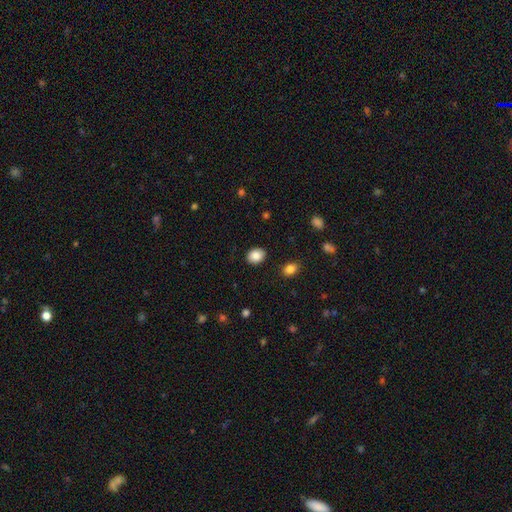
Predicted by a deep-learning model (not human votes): Smooth or featured?
  - smooth: 86% *
  - star or artifact: 8%
  - featured or disk: 6%
How rounded?
  - in between: 51% *
  - round: 48%
  - cigar-shaped: 1%
Merging?
  - none: 89% *
  - minor disturbance: 7%
  - major disturbance: 2%
  - merger: 1%